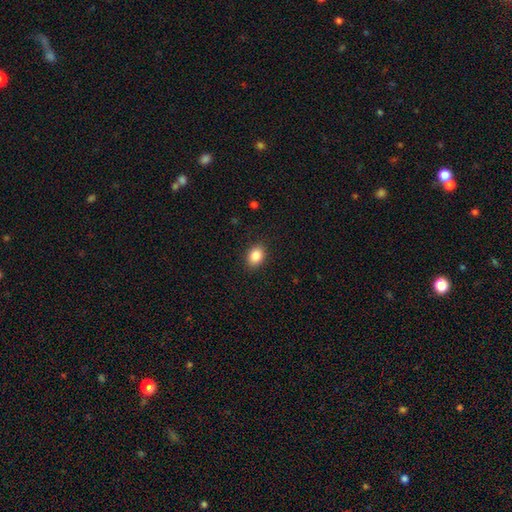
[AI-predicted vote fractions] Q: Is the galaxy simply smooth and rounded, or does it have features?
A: smooth — 86%.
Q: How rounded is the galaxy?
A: in between — 71%.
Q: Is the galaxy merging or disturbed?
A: none — 88%.